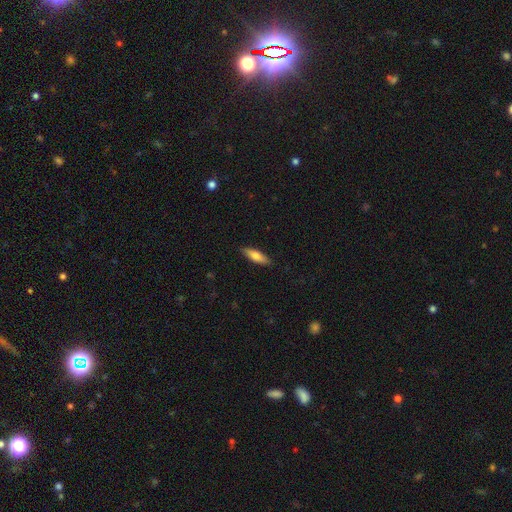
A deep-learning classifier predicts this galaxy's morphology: Overall: smooth (71%). How rounded: cigar-shaped (59%; in between 39%). Merging: none (88%).